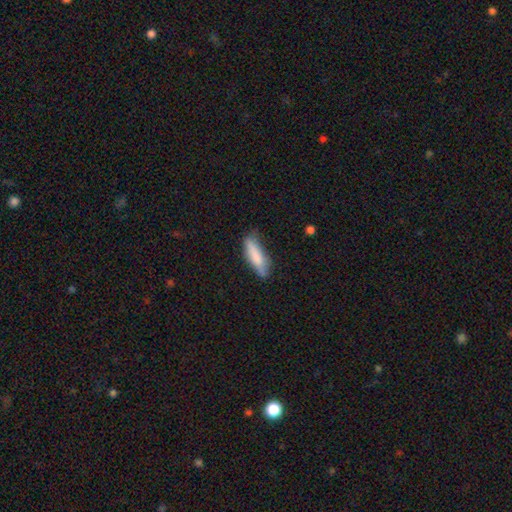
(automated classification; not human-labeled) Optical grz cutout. It shows a smooth galaxy with no disk features (78%) that is cigar-shaped (60%). Merging: none (66%).